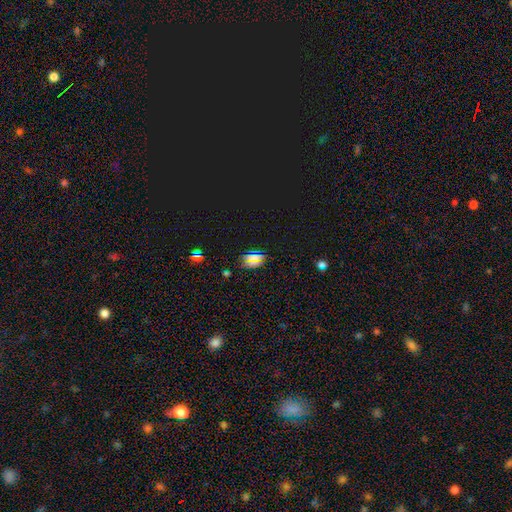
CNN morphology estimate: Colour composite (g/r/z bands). It shows a star or artifact, not a galaxy (62%).